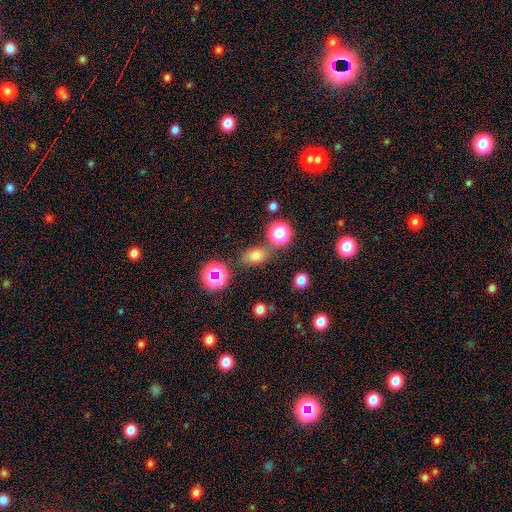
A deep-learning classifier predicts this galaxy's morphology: Smooth or featured? Predicted: smooth (p=0.70). How rounded? Predicted: in between (p=0.71). Merging? Predicted: none (p=0.72).